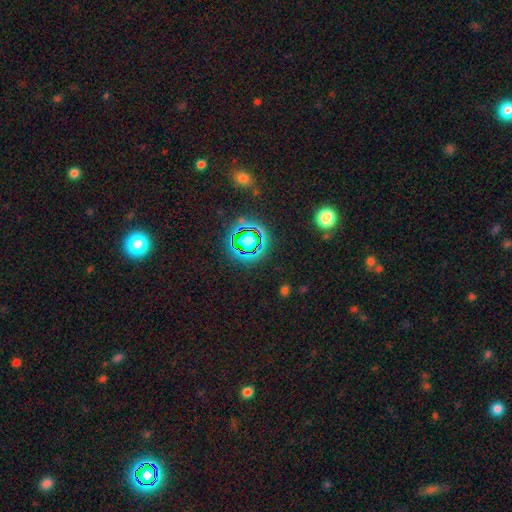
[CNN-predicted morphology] star or artifact 72%, smooth 19%, featured or disk 9%.